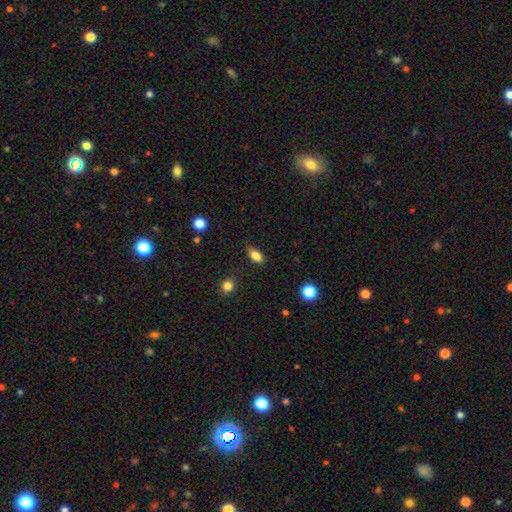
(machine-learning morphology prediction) Smooth or featured? smooth (82%)
How rounded? in between (85%)
Merging? none (75%)